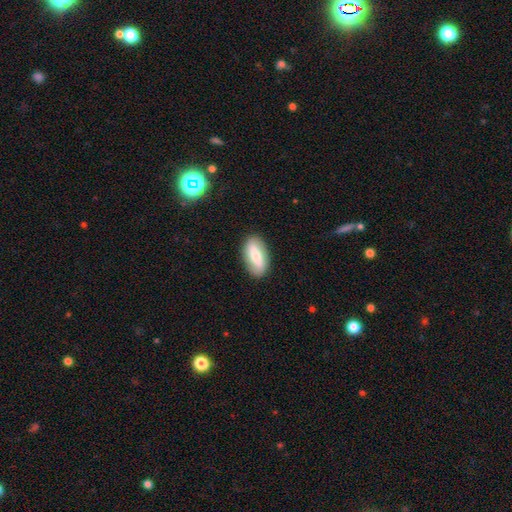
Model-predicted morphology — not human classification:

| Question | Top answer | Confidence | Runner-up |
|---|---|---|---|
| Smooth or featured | smooth | 61% | featured or disk (33%) |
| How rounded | in between | 88% | cigar-shaped (9%) |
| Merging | none | 87% | minor disturbance (9%) |